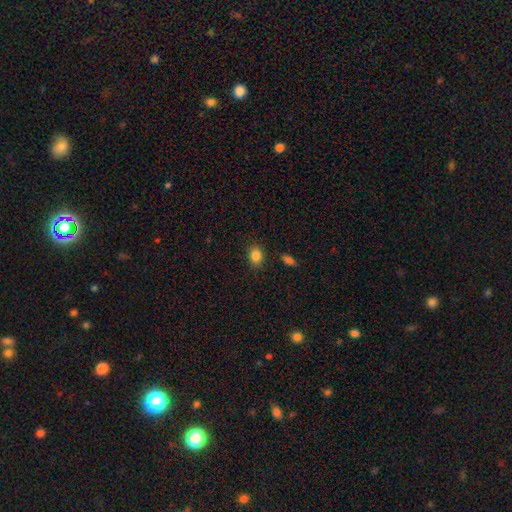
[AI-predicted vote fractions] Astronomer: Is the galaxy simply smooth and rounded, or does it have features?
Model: smooth — 85%.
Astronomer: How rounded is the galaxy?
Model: in between — 58% (runner-up: round, 40%).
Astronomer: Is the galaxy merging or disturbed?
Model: none — 85%.